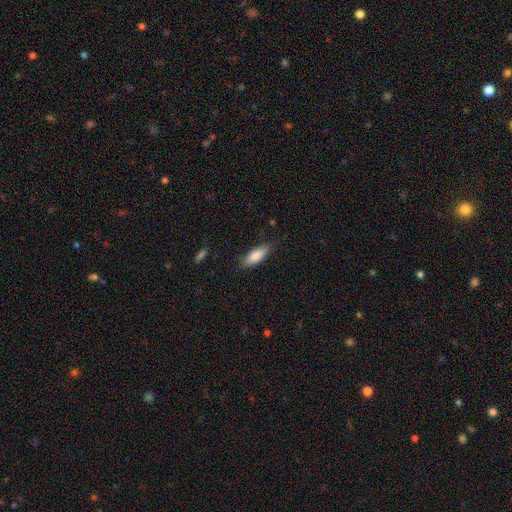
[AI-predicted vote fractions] A smooth galaxy with no disk features (83%) that is in between round and cigar-shaped (64%). Merging: none (81%).